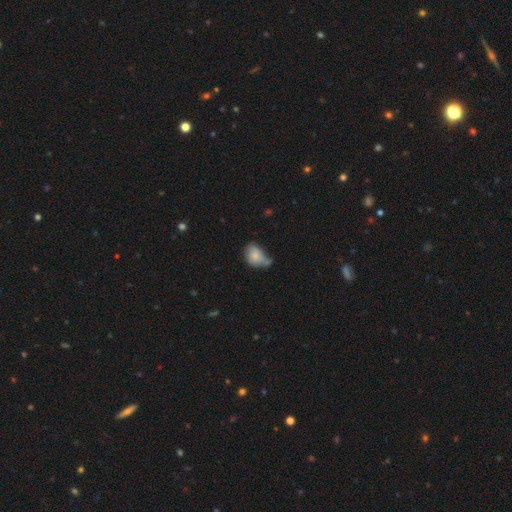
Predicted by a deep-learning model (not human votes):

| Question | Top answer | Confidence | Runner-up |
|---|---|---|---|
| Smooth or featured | smooth | 77% | featured or disk (14%) |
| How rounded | in between | 70% | round (29%) |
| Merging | none | 33% | minor disturbance (31%) |